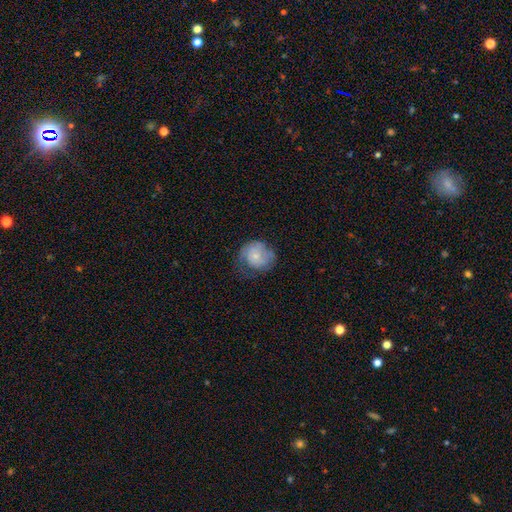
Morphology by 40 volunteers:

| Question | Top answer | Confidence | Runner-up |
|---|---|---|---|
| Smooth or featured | smooth | 57% | featured or disk (40%) |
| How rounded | round | 83% | in between (17%) |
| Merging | minor disturbance | 49% | major disturbance (28%) |